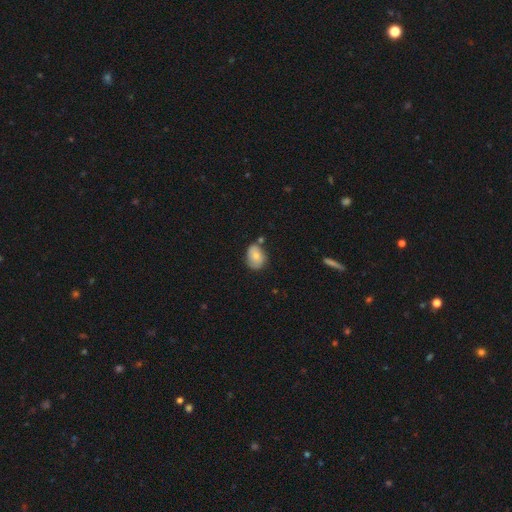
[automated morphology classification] Smooth or featured: smooth — 69% (featured or disk — 23%)
How rounded: in between — 64% (round — 35%)
Merging: none — 58% (minor disturbance — 27%)